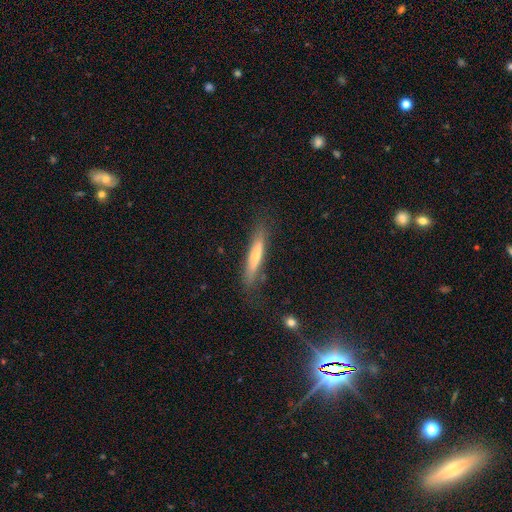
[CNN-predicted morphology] type=smooth (53%); roundness=cigar-shaped (87%); merging=none (79%).